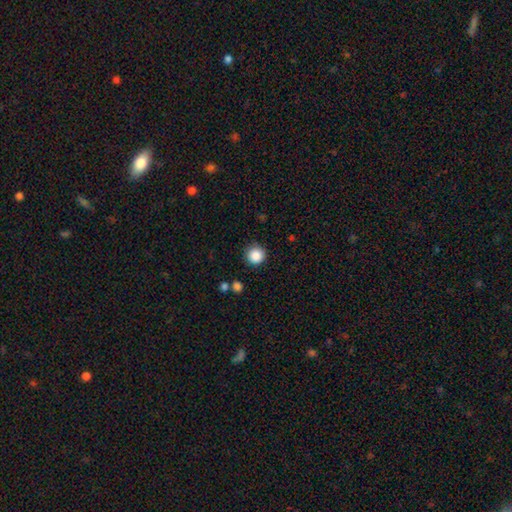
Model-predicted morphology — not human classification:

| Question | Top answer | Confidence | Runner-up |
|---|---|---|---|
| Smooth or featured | smooth | 87% | star or artifact (10%) |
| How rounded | round | 96% | in between (4%) |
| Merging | none | 88% | minor disturbance (8%) |